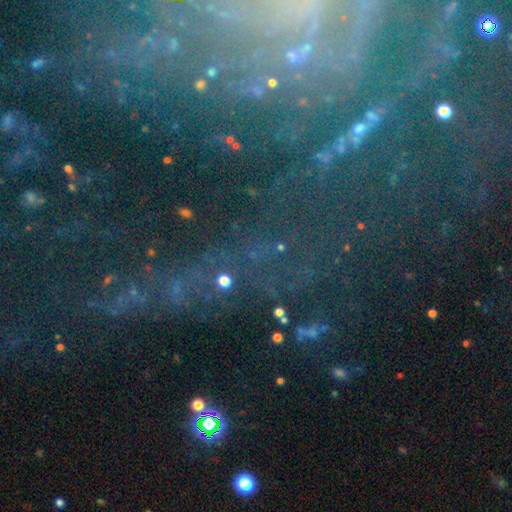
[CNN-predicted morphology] Smooth or featured: star or artifact — 66% (featured or disk — 21%)